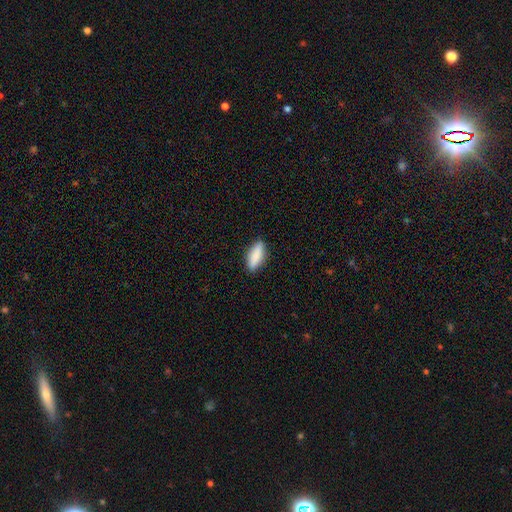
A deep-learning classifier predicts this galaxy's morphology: Smooth or featured? smooth (85%)
How rounded? in between (61%)
Merging? none (88%)